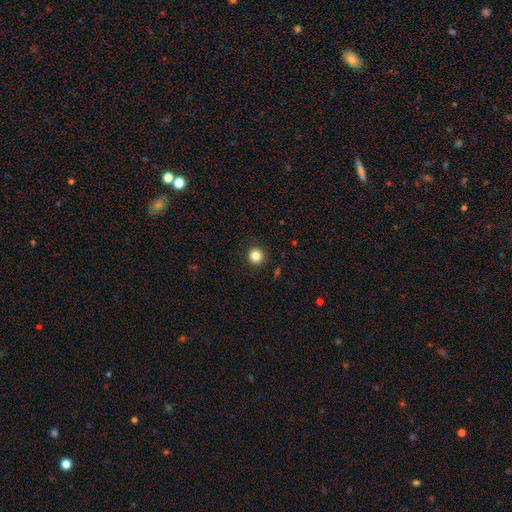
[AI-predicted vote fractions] A smooth galaxy with no disk features (85%) that is round (94%). Merging: none (92%).